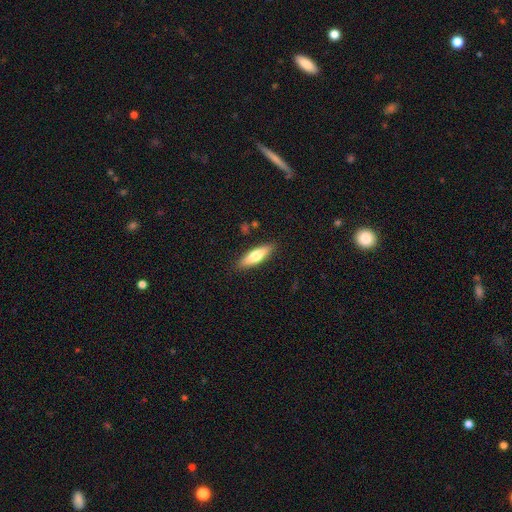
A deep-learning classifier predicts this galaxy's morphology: A smooth galaxy with no disk features (65%) that is cigar-shaped (58%). Merging: none (87%).